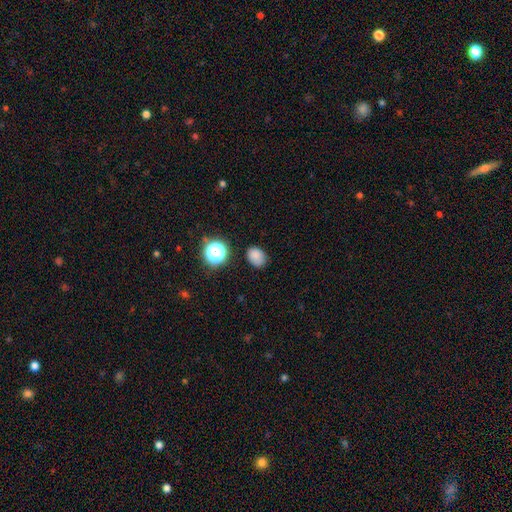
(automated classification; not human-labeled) smooth 81%, star or artifact 14%, featured or disk 5%. Down the decision tree: how rounded — in between (62%); merging — none (79%).